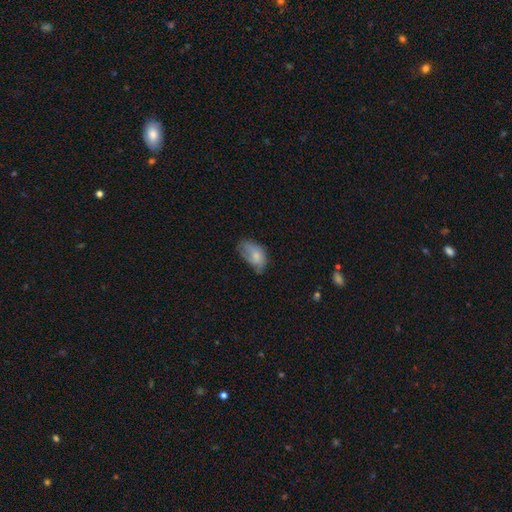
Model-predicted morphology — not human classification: Smooth or featured? smooth (70%)
How rounded? in between (91%)
Merging? none (39%)